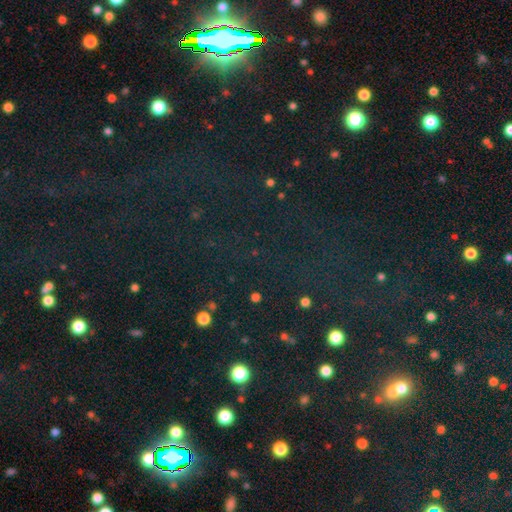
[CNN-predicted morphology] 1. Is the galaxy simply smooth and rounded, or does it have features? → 74% star or artifact, 17% smooth, 9% featured or disk.